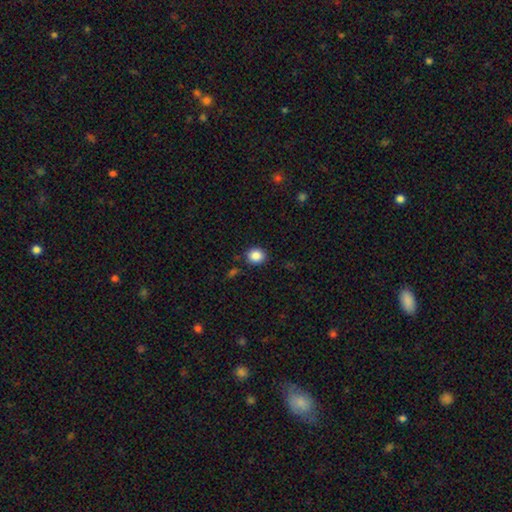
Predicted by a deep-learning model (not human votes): Overall: smooth (86%). How rounded: round (81%). Merging: none (87%).